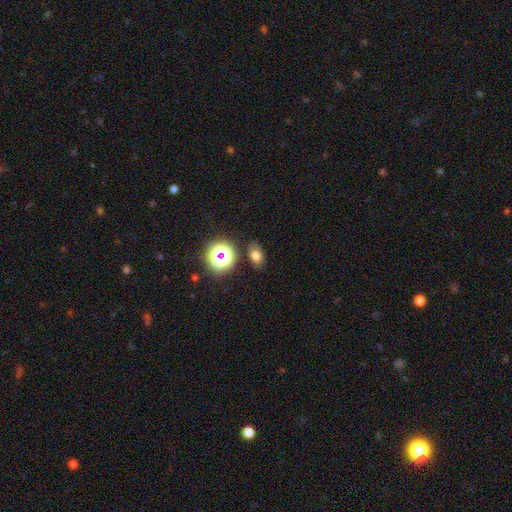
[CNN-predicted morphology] Q: Smooth or featured?
A: smooth (67%); runner-up: star or artifact (22%)
Q: How rounded?
A: in between (77%); runner-up: round (21%)
Q: Merging?
A: none (81%); runner-up: minor disturbance (12%)